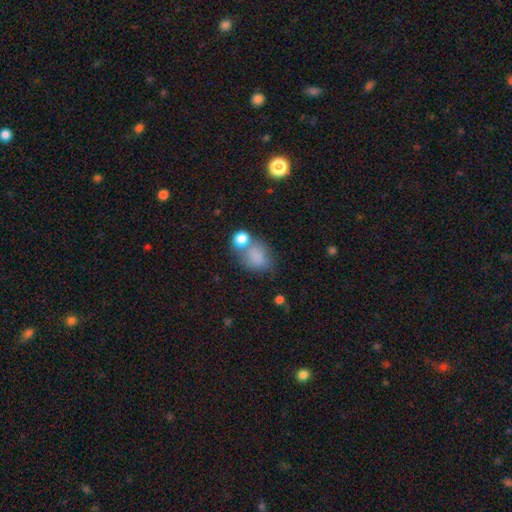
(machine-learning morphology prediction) smooth 79%, star or artifact 11%, featured or disk 10%. Down the decision tree: how rounded — in between (58%); merging — none (42%).